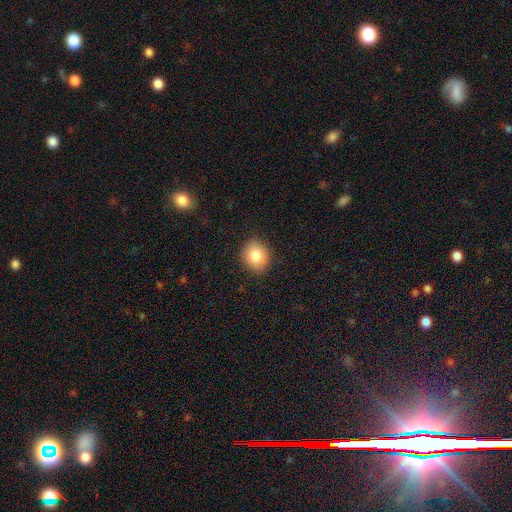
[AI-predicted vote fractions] Smooth or featured: smooth — 82% (star or artifact — 9%)
How rounded: round — 72% (in between — 27%)
Merging: none — 88% (minor disturbance — 9%)